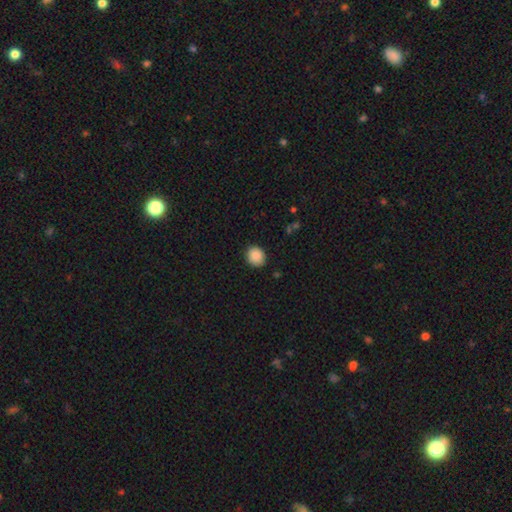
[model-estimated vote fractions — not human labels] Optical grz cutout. It shows a smooth galaxy with no disk features (88%) that is round (71%). Merging: none (87%).